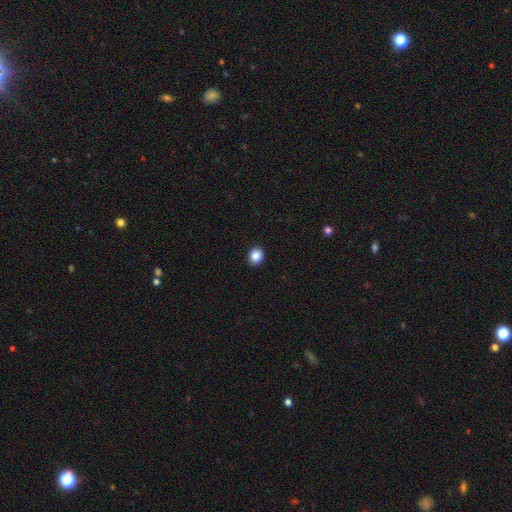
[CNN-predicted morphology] A smooth galaxy with no disk features (87%) that is round (64%).

Vote fractions:
- Smooth or featured? smooth: 87% / star or artifact: 9% / featured or disk: 4%
- How rounded? round: 64% / in between: 35% / cigar-shaped: 1%
- Merging? none: 92% / minor disturbance: 5% / major disturbance: 2% / merger: 1%